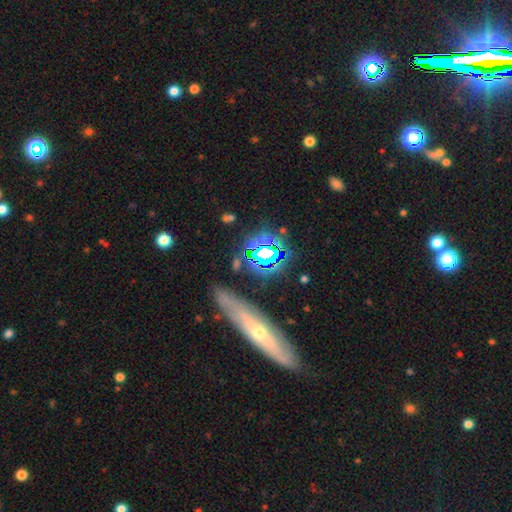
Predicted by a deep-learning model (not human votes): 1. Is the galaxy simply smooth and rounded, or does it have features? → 61% star or artifact, 23% smooth, 16% featured or disk.